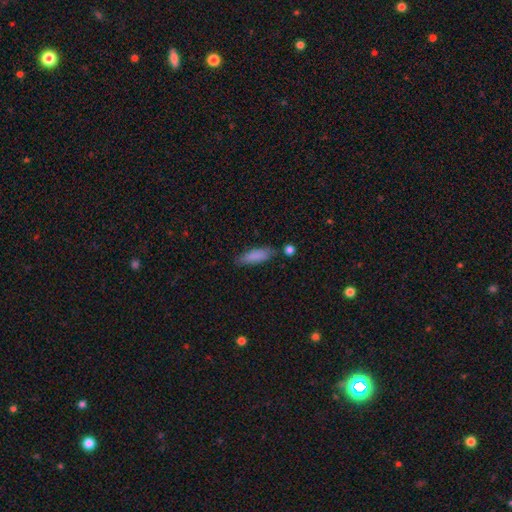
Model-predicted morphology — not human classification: Smooth or featured? smooth (84%)
How rounded? cigar-shaped (50%)
Merging? none (74%)